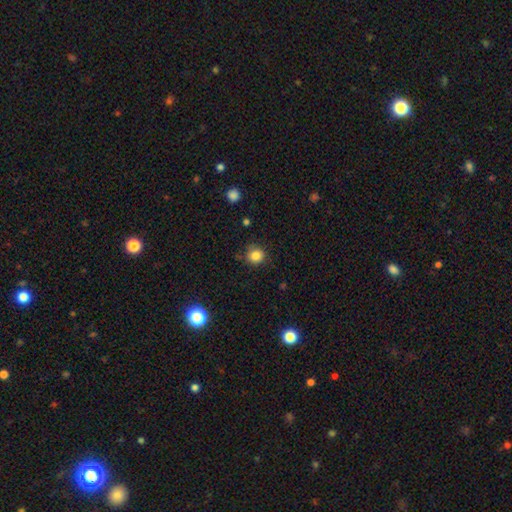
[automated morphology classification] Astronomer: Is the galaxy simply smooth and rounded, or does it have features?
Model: smooth — 83%.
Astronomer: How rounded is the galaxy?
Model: round — 87%.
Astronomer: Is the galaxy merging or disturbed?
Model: none — 80%.